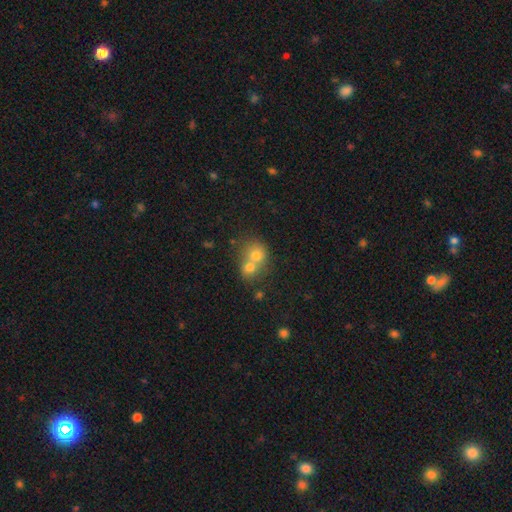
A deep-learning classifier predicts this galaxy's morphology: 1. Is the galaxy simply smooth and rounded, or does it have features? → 71% smooth, 18% featured or disk, 11% star or artifact.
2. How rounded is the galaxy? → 73% round, 26% in between, 1% cigar-shaped.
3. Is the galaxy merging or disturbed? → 68% merger, 25% none, 5% minor disturbance, 2% major disturbance.